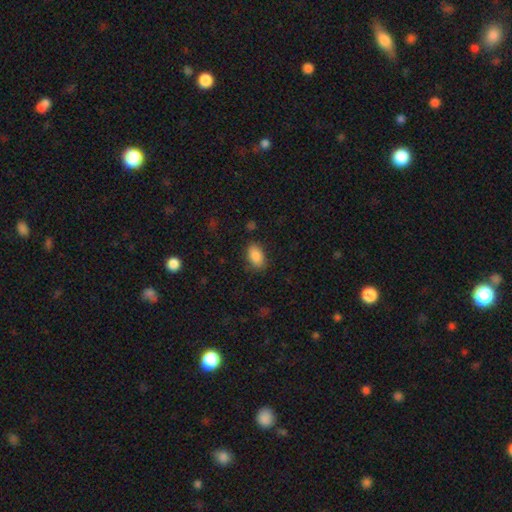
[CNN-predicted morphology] Smooth or featured? Predicted: smooth (p=0.88). How rounded? Predicted: in between (p=0.92). Merging? Predicted: none (p=0.83).